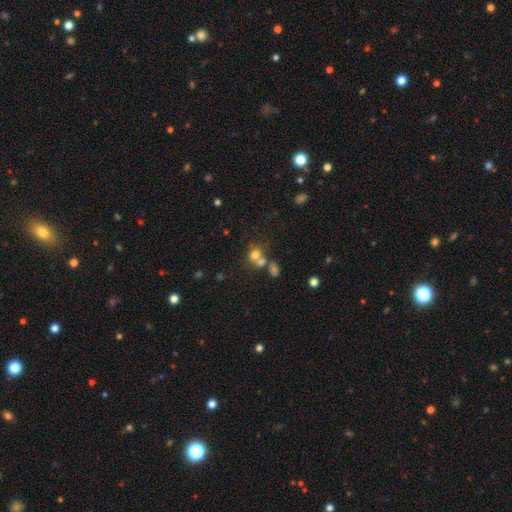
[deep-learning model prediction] Q: Smooth or featured?
A: smooth (69%); runner-up: star or artifact (16%)
Q: How rounded?
A: round (73%); runner-up: in between (26%)
Q: Merging?
A: merger (48%); runner-up: none (38%)